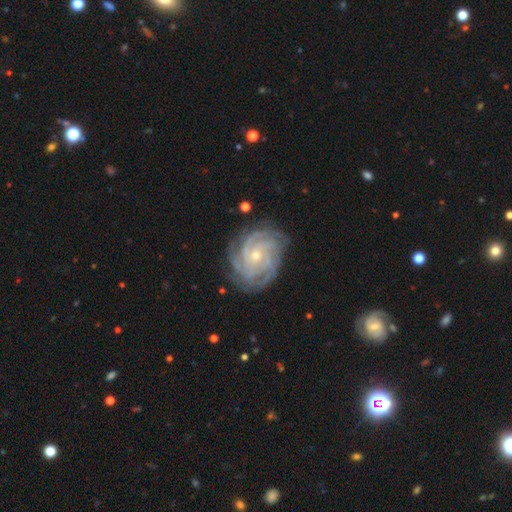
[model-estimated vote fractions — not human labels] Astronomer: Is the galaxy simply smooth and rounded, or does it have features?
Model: featured or disk — 89%.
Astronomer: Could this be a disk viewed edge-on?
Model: no — 97%.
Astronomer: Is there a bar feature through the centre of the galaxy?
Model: no — 72%.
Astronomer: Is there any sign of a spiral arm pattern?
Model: yes — 98%.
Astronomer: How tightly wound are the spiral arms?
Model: tight — 76%.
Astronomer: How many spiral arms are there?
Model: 4 — 33% (runner-up: can't tell, 21%).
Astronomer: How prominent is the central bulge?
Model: small — 69%.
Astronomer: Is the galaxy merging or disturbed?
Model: none — 79%.